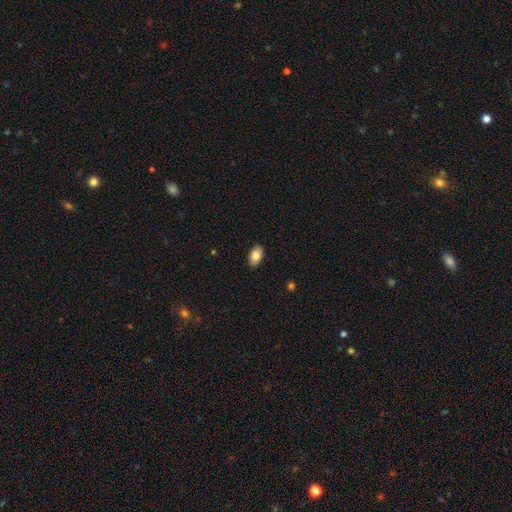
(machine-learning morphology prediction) Smooth or featured: smooth — 82% (featured or disk — 11%)
How rounded: in between — 92% (round — 6%)
Merging: none — 90% (minor disturbance — 8%)